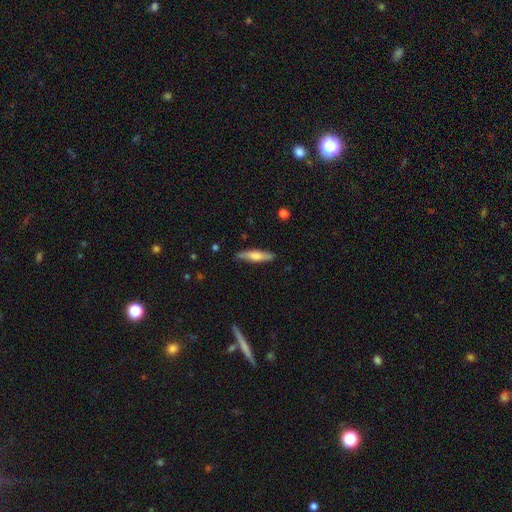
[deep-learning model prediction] Overall: smooth (60%; featured or disk 34%). How rounded: cigar-shaped (79%). Merging: none (84%).